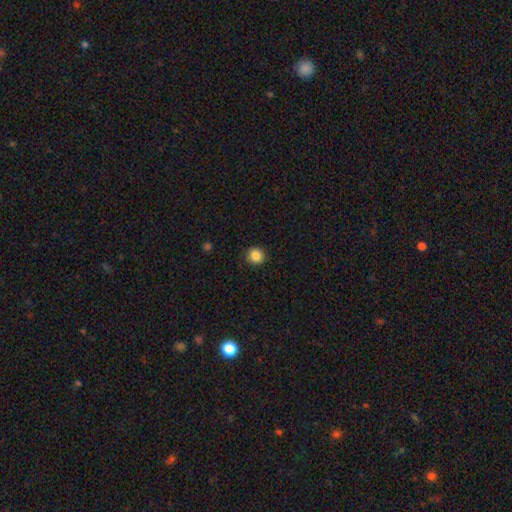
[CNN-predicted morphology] This is clearly a smooth galaxy (86%). How rounded: clearly round (93%). Merging: clearly none (91%).